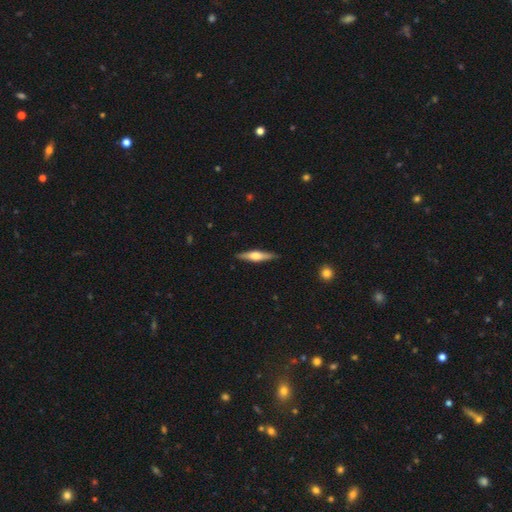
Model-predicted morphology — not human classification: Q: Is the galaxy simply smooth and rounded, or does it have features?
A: featured or disk — 62%.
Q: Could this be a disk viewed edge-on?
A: yes — 97%.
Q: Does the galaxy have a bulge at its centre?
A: rounded — 89%.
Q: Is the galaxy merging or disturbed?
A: none — 90%.